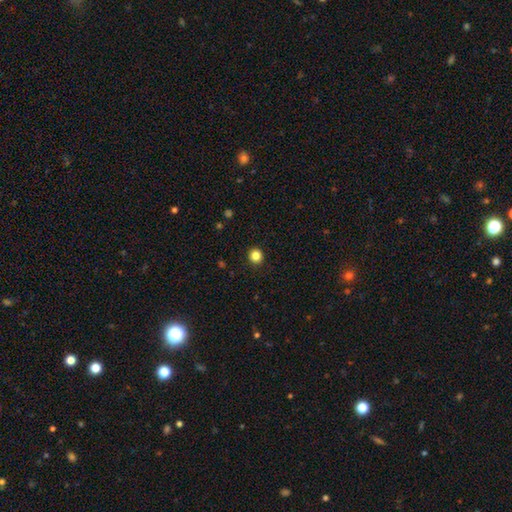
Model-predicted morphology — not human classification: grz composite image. It shows a smooth galaxy with no disk features (84%) that is round (93%). Merging: none (93%).